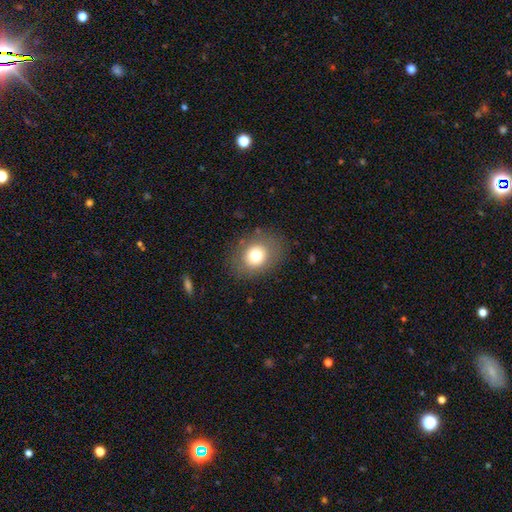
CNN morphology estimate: A smooth galaxy with no disk features (74%) that is round (54%). Merging: none (82%).